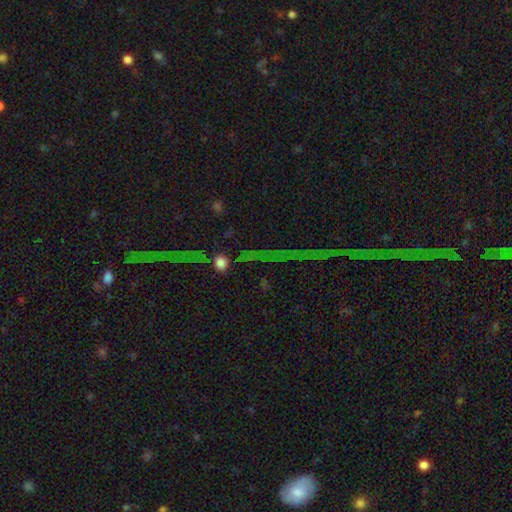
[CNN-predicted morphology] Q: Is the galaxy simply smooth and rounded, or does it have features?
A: star or artifact — 74%.